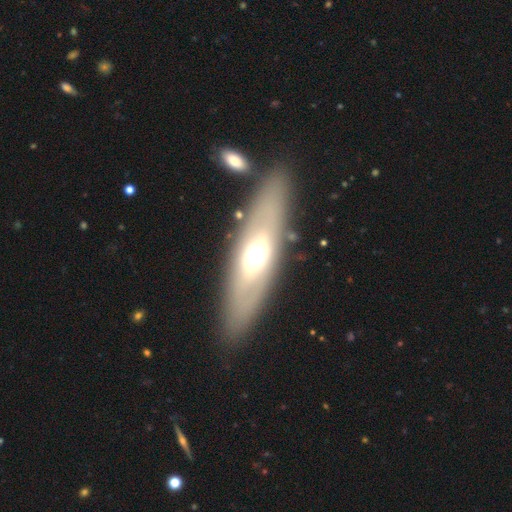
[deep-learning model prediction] Smooth or featured? Predicted: featured or disk (p=0.49). Merging? Predicted: none (p=0.83).